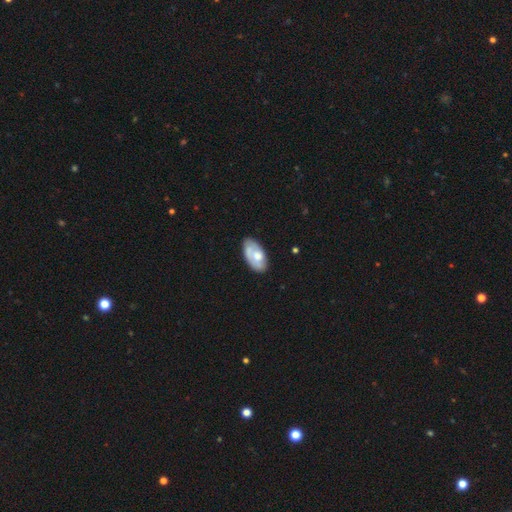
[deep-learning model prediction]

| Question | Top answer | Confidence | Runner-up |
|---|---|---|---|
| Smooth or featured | smooth | 57% | featured or disk (37%) |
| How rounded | in between | 94% | round (3%) |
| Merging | none | 68% | minor disturbance (24%) |